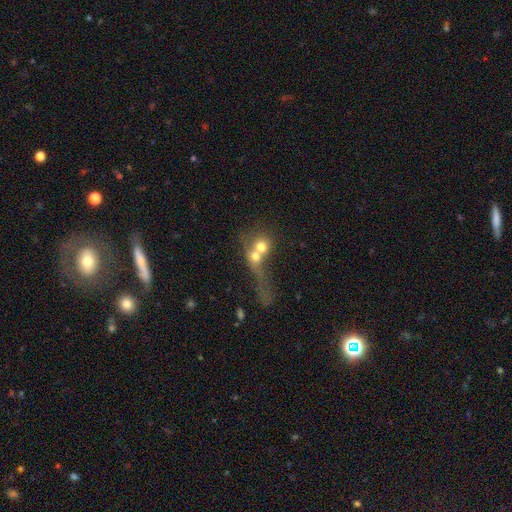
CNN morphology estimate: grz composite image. It shows a smooth galaxy with no disk features (58%) that is round (66%). Merging: merger (72%).